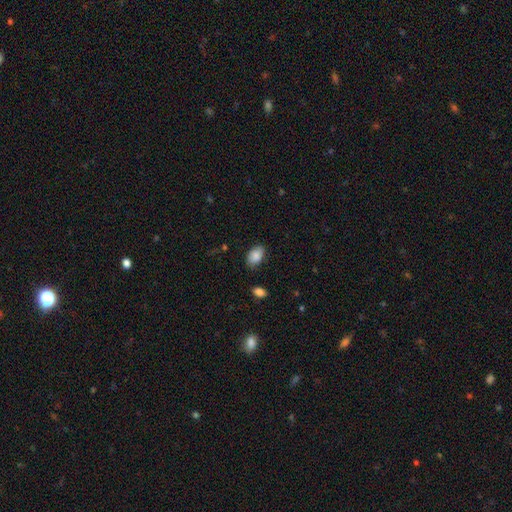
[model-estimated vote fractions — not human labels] This is clearly a smooth galaxy (86%). How rounded: clearly in between (91%). Merging: clearly none (81%).